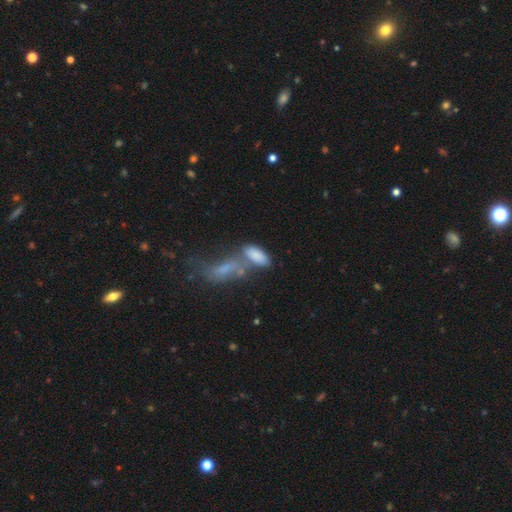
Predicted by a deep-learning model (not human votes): smooth-or-featured: smooth: 80% | featured or disk: 11% | star or artifact: 8%
  how-rounded: in between: 82% | cigar-shaped: 15% | round: 3%
  merging: merger: 42% | none: 36% | minor disturbance: 14% | major disturbance: 8%